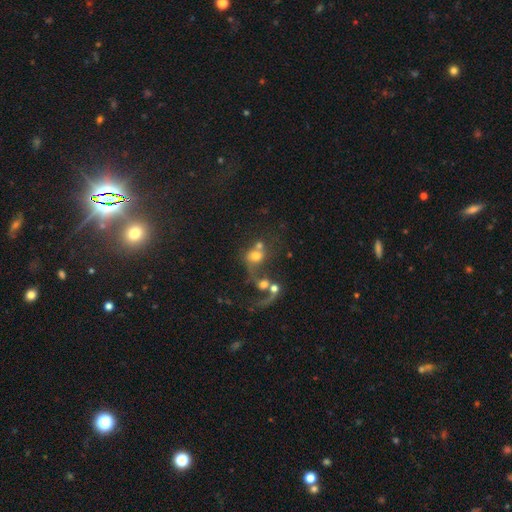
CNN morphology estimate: smooth_or_featured: smooth (p=0.52) [alt: featured or disk p=0.32]
how_rounded: round (p=0.70) [alt: in between p=0.28]
merging: merger (p=0.58) [alt: none p=0.18]